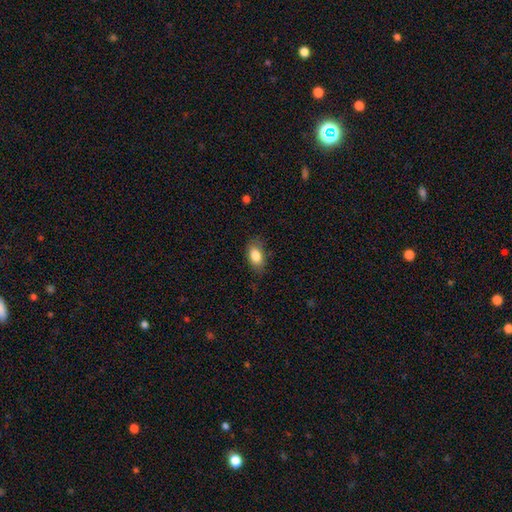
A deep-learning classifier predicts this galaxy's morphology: smooth 84%, featured or disk 9%, star or artifact 7%. Down the decision tree: how rounded — in between (90%); merging — none (75%).